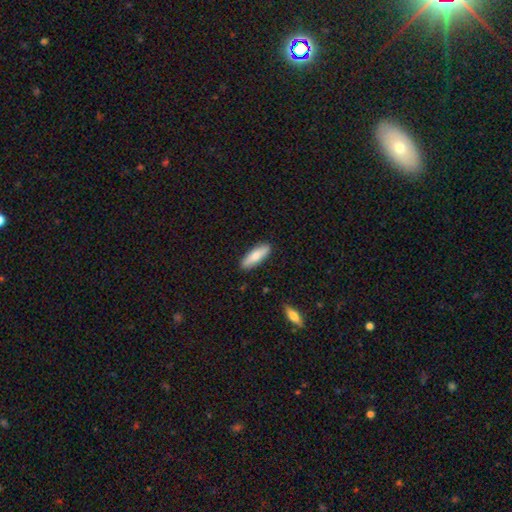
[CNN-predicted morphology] Smooth or featured? smooth (76%)
How rounded? cigar-shaped (57%)
Merging? none (88%)